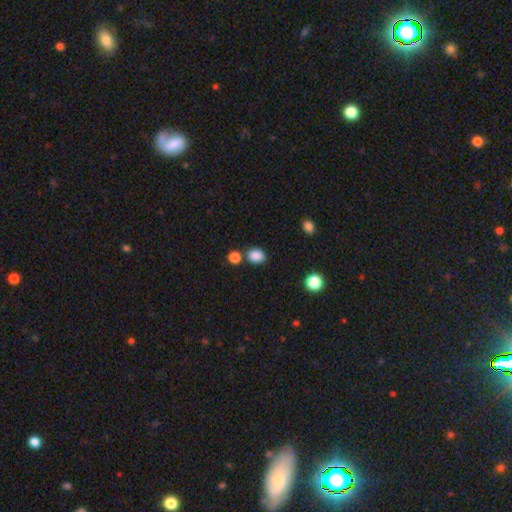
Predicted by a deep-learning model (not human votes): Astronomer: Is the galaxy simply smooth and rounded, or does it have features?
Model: smooth — 86%.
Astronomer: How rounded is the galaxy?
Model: round — 52% (runner-up: in between, 47%).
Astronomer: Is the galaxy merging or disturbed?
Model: none — 75%.